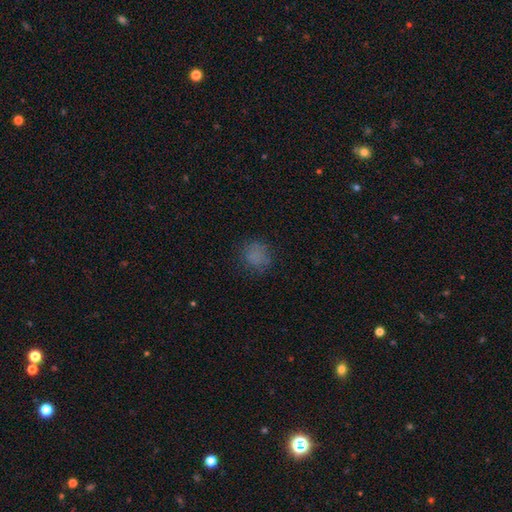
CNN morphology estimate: Overall: smooth (73%). How rounded: round (81%). Merging: none (75%).